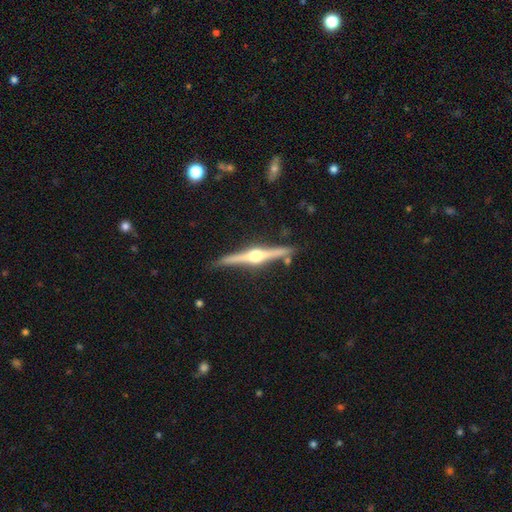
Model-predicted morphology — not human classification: The model was most divided on "smooth or featured": featured or disk: 83%, smooth: 12%, star or artifact: 5%. More confident: edge-on disk — yes (98%); edge-on bulge — rounded (96%); merging — none (86%).